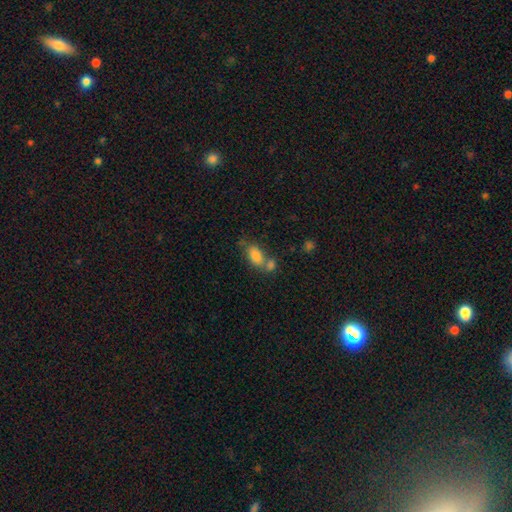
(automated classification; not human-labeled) Smooth or featured? smooth (82%)
How rounded? in between (87%)
Merging? merger (42%)